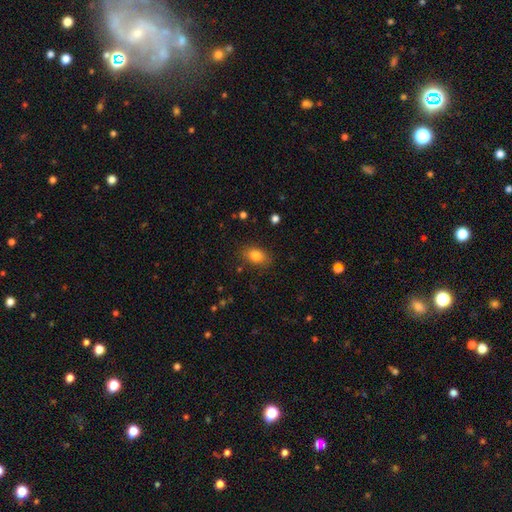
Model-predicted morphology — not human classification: smooth 83%, star or artifact 9%, featured or disk 8%. Down the decision tree: how rounded — in between (82%); merging — none (85%).